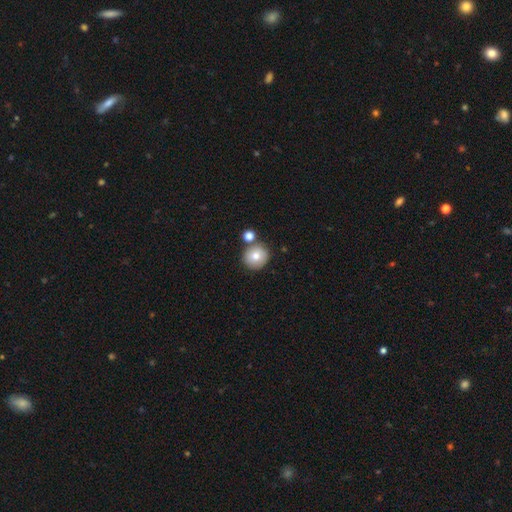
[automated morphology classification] smooth_or_featured: smooth (p=0.78) [alt: featured or disk p=0.12]
how_rounded: round (p=0.91) [alt: in between p=0.08]
merging: none (p=0.69) [alt: merger p=0.19]